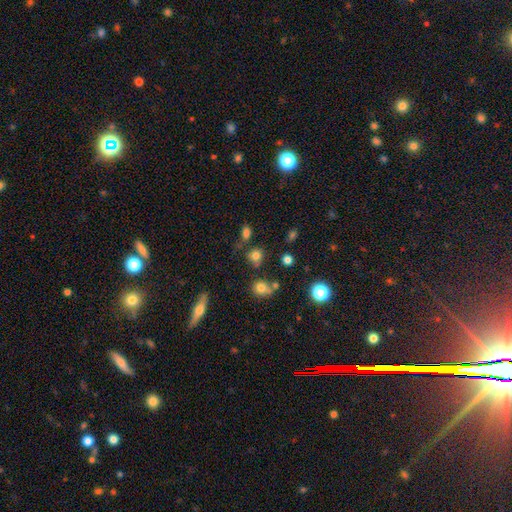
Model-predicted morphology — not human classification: smooth-or-featured: smooth: 76% | star or artifact: 16% | featured or disk: 7%
  how-rounded: round: 80% | in between: 19% | cigar-shaped: 1%
  merging: none: 70% | minor disturbance: 13% | merger: 11% | major disturbance: 5%